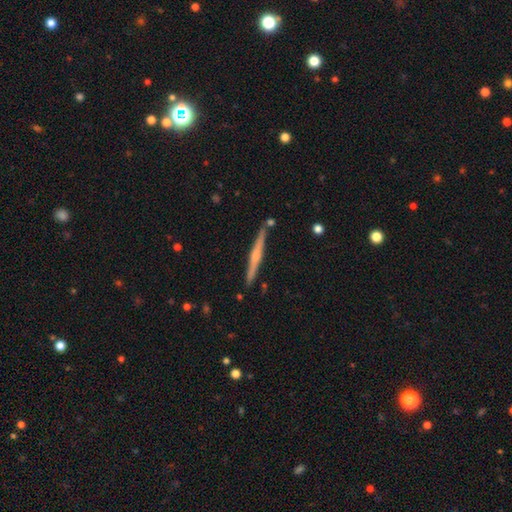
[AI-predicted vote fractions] smooth-or-featured: featured or disk: 67% | smooth: 27% | star or artifact: 6%
  disk-edge-on: yes: 98% | no: 2%
    edge-on-bulge: rounded: 66% | none: 23% | boxy: 12%
  merging: none: 88% | minor disturbance: 8% | merger: 3% | major disturbance: 2%